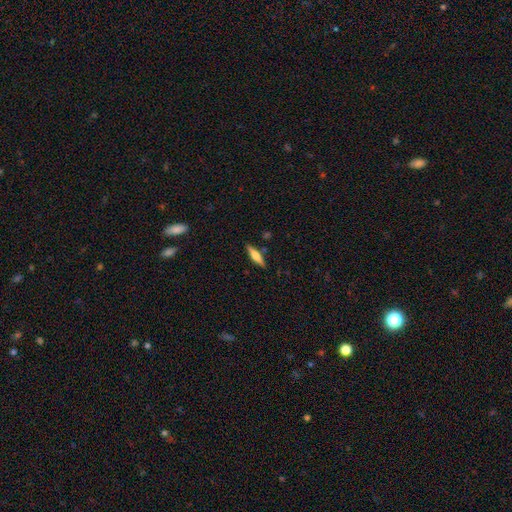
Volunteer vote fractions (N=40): Smooth or featured?
  - featured or disk: 57% *
  - smooth: 35%
  - star or artifact: 8%
Edge-on disk?
  - yes: 100% *
  - no: 0%
Edge-on bulge?
  - rounded: 70% *
  - boxy: 17%
  - none: 13%
Merging?
  - none: 84% *
  - minor disturbance: 16%
  - major disturbance: 0%
  - merger: 0%